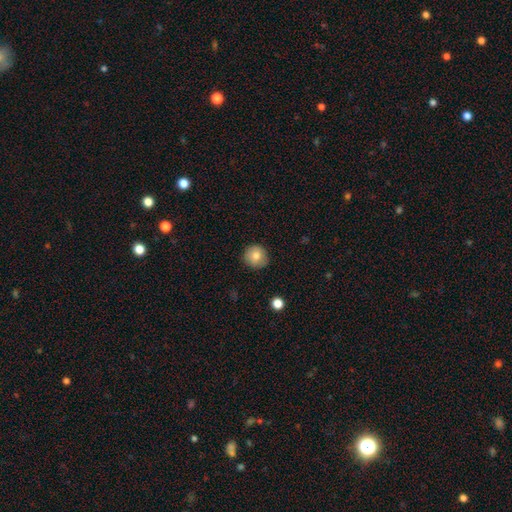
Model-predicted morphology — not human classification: Q: Smooth or featured?
A: smooth (81%); runner-up: featured or disk (10%)
Q: How rounded?
A: round (93%); runner-up: in between (6%)
Q: Merging?
A: none (88%); runner-up: minor disturbance (9%)